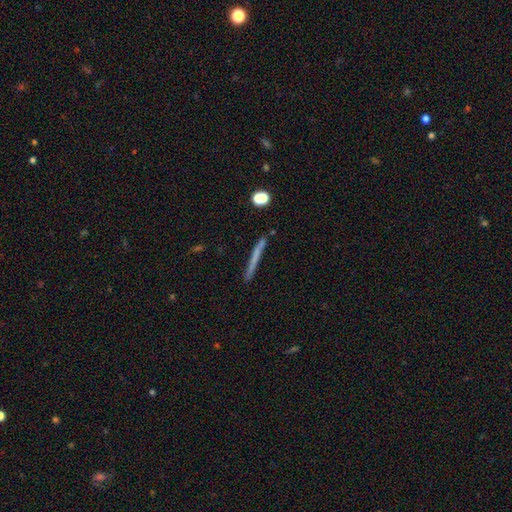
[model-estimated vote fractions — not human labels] Smooth or featured?
  - smooth: 53% *
  - featured or disk: 39%
  - star or artifact: 8%
How rounded?
  - cigar-shaped: 96% *
  - in between: 2%
  - round: 2%
Merging?
  - none: 87% *
  - minor disturbance: 9%
  - merger: 2%
  - major disturbance: 2%